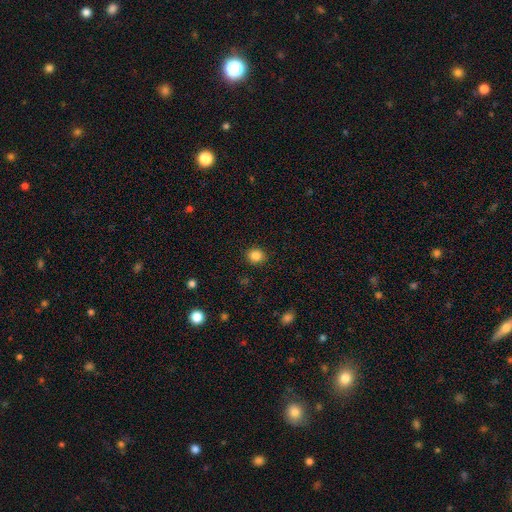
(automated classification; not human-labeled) Smooth or featured: smooth — 85% (star or artifact — 11%)
How rounded: round — 78% (in between — 21%)
Merging: none — 90% (minor disturbance — 7%)